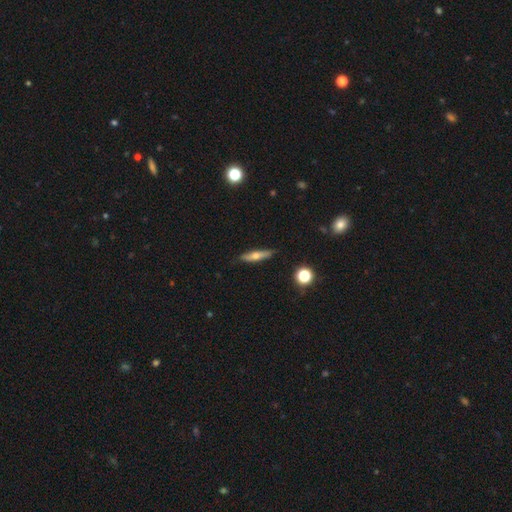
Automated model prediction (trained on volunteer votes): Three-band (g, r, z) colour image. It shows a smooth galaxy with no disk features (48%). Merging: none (86%).